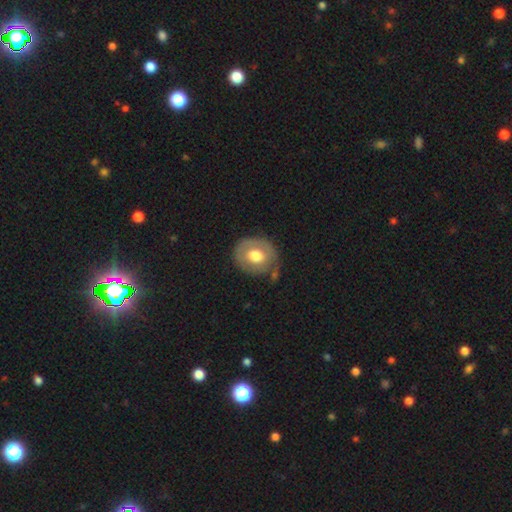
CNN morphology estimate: This is possibly a smooth galaxy (58%). How rounded: likely round (70%). Merging: likely none (67%).